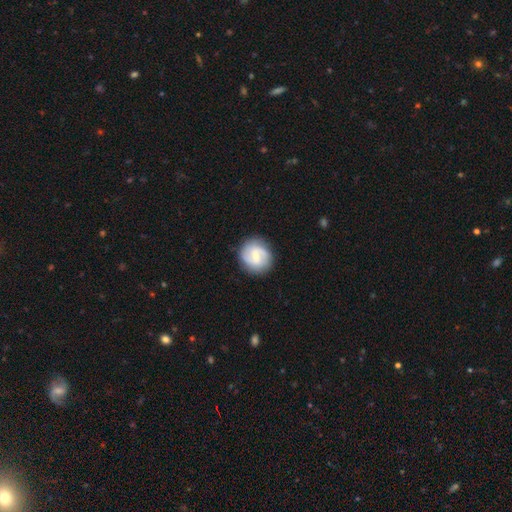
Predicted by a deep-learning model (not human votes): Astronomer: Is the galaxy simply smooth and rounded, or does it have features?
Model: featured or disk — 67%.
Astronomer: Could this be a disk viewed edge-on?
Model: no — 98%.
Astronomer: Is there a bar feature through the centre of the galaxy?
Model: weak — 54%.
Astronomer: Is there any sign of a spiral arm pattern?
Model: yes — 89%.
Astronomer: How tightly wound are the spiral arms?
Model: medium — 44% (runner-up: loose, 29%).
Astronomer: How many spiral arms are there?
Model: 2 — 84%.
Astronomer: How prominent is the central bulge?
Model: small — 53% (runner-up: moderate, 42%).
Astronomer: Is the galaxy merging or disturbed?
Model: none — 86%.